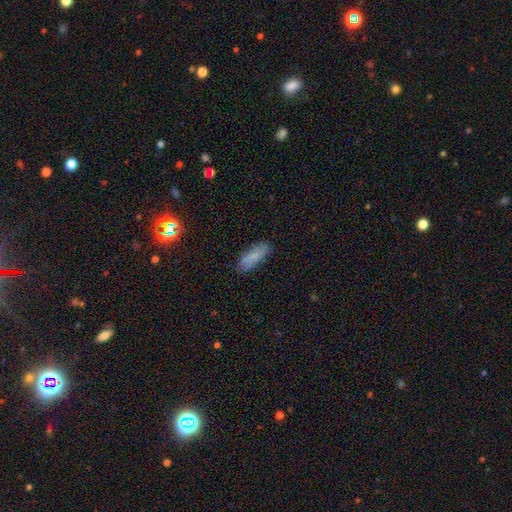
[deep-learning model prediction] smooth 78%, featured or disk 14%, star or artifact 8%. Down the decision tree: how rounded — in between (56%); merging — none (81%).